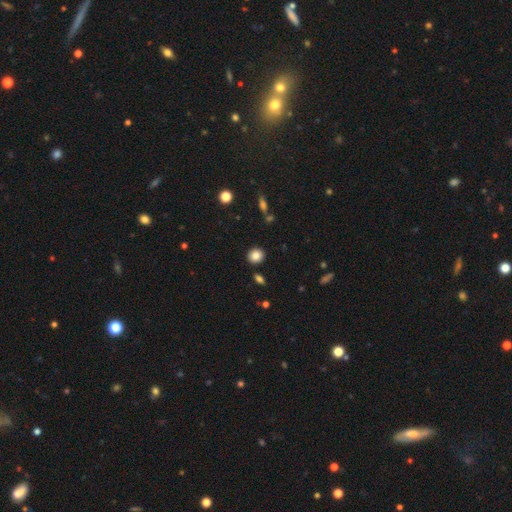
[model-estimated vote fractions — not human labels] Smooth or featured: smooth — 84% (star or artifact — 10%)
How rounded: round — 82% (in between — 16%)
Merging: none — 89% (minor disturbance — 6%)